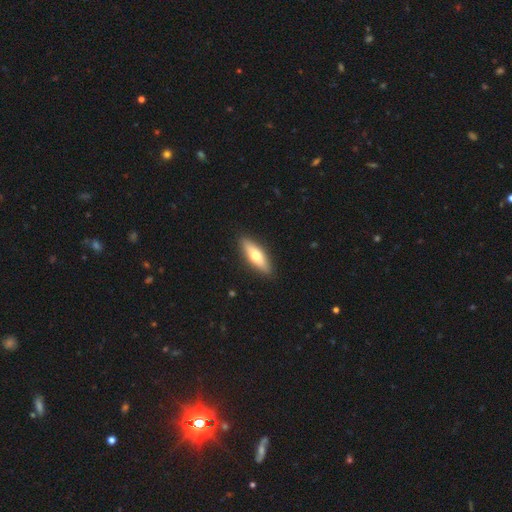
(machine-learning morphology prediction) Overall: smooth (61%; featured or disk 34%). How rounded: cigar-shaped (51%; in between 47%). Merging: none (89%).